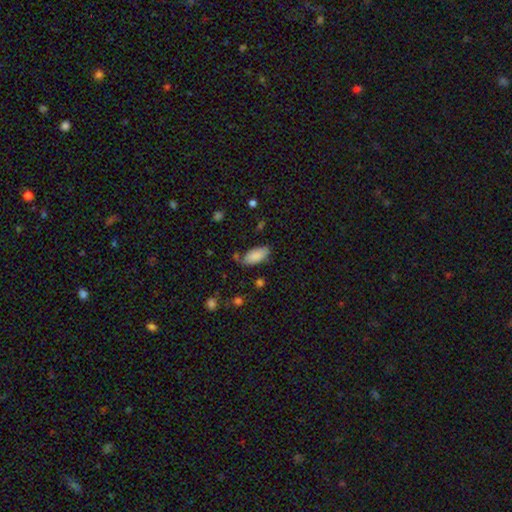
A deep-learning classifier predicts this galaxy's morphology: Smooth or featured: smooth — 85% (featured or disk — 8%)
How rounded: in between — 91% (cigar-shaped — 7%)
Merging: none — 65% (minor disturbance — 25%)